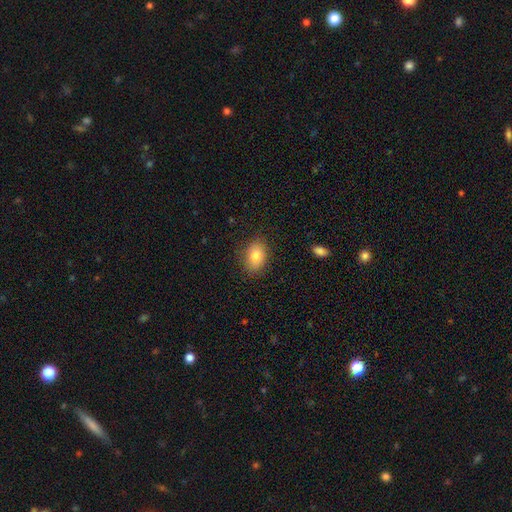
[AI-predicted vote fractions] This appears to be a smooth galaxy with no disk features (81%) that is in between round and cigar-shaped (84%). Merging: none (85%).